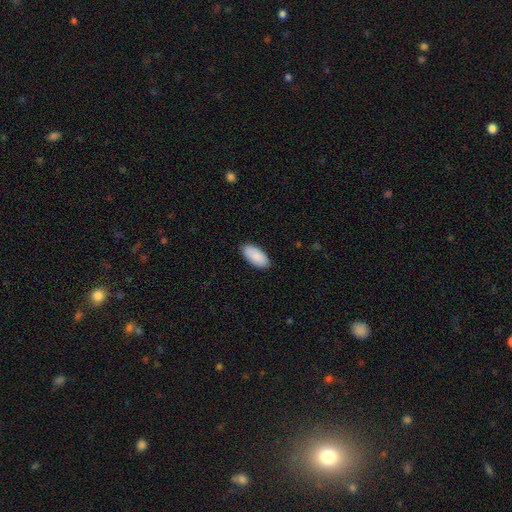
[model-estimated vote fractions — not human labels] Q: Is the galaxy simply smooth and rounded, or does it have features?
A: smooth — 90%.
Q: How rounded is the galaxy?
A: in between — 94%.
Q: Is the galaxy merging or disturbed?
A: none — 88%.